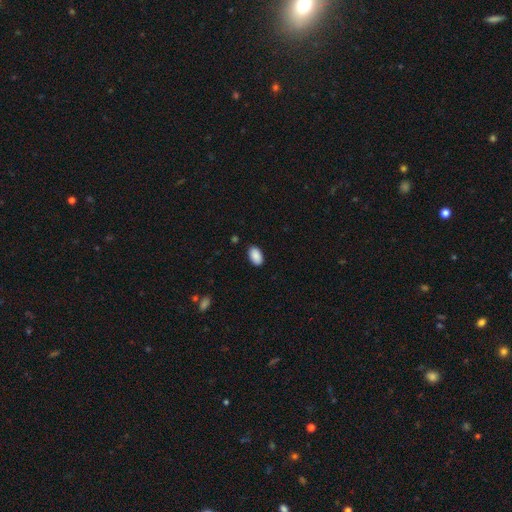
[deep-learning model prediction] smooth-or-featured: smooth: 90% | star or artifact: 7% | featured or disk: 3%
  how-rounded: in between: 94% | round: 5% | cigar-shaped: 1%
  merging: none: 88% | minor disturbance: 9% | major disturbance: 2% | merger: 1%